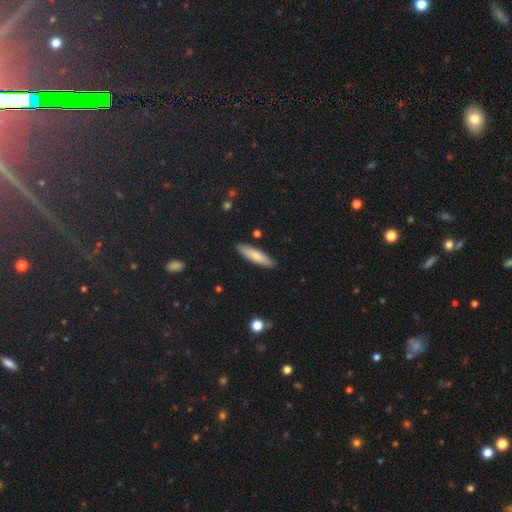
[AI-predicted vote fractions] smooth-or-featured: smooth: 77% | featured or disk: 17% | star or artifact: 6%
  how-rounded: cigar-shaped: 73% | in between: 26% | round: 2%
  merging: none: 89% | minor disturbance: 8% | major disturbance: 2% | merger: 1%